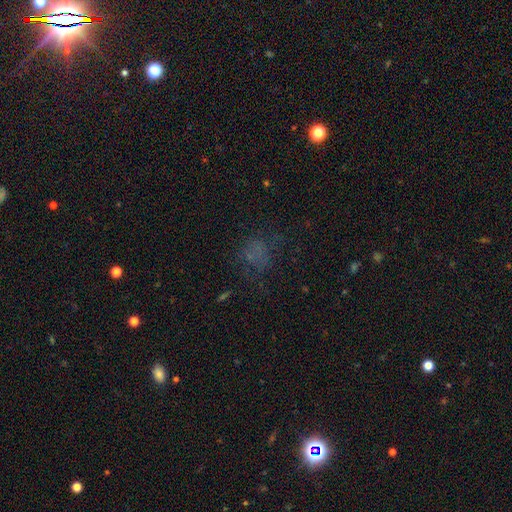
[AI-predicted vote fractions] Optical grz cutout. It shows a smooth galaxy with no disk features (50%) that is round (59%). Merging: none (56%).